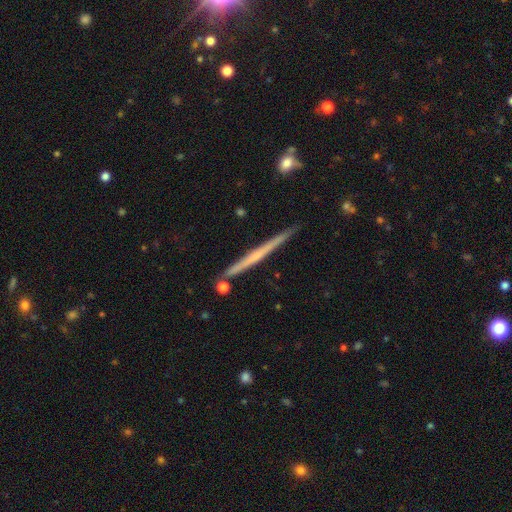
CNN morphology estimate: Smooth or featured: featured or disk — 61% (smooth — 33%)
Edge-on disk: yes — 98% (no — 2%)
Edge-on bulge: none — 77% (rounded — 17%)
Merging: none — 86% (minor disturbance — 10%)